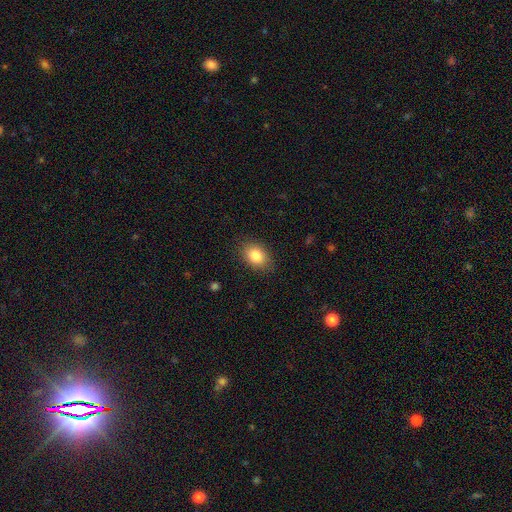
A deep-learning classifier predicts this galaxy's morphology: smooth-or-featured: smooth: 84% | star or artifact: 8% | featured or disk: 7%
  how-rounded: in between: 76% | round: 23% | cigar-shaped: 1%
  merging: none: 86% | minor disturbance: 11% | major disturbance: 3% | merger: 1%